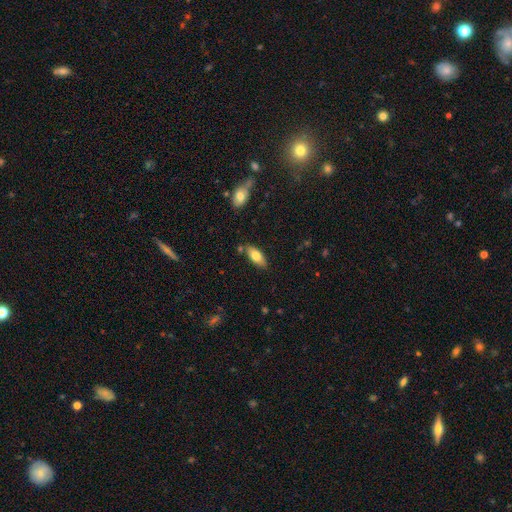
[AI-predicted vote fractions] Q: Smooth or featured?
A: smooth (77%); runner-up: featured or disk (16%)
Q: How rounded?
A: in between (83%); runner-up: cigar-shaped (15%)
Q: Merging?
A: none (79%); runner-up: minor disturbance (14%)